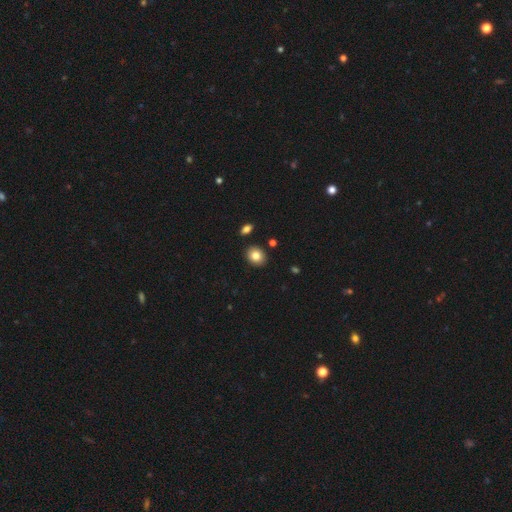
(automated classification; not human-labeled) Smooth or featured?
  - smooth: 83% *
  - star or artifact: 9%
  - featured or disk: 8%
How rounded?
  - round: 52% *
  - in between: 47%
  - cigar-shaped: 1%
Merging?
  - none: 88% *
  - minor disturbance: 8%
  - merger: 3%
  - major disturbance: 2%